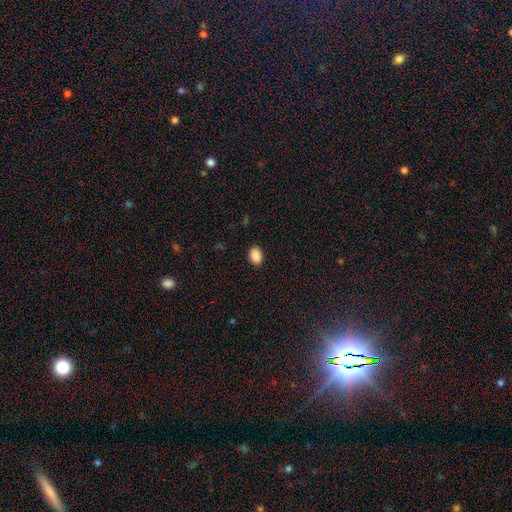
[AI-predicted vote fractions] Smooth or featured? Predicted: smooth (p=0.89). How rounded? Predicted: in between (p=0.79). Merging? Predicted: none (p=0.90).